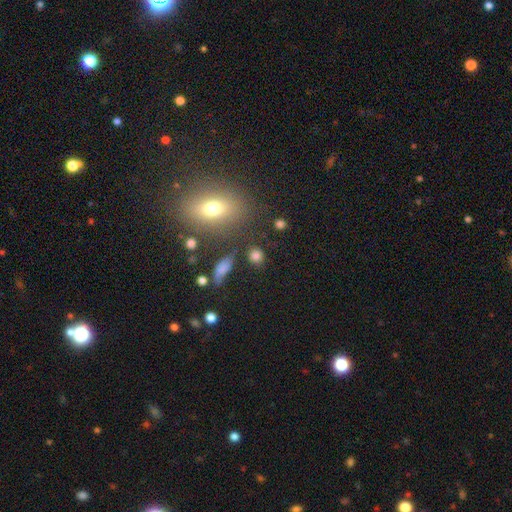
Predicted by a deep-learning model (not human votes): A smooth galaxy with no disk features (80%) that is round (73%). Merging: none (76%).